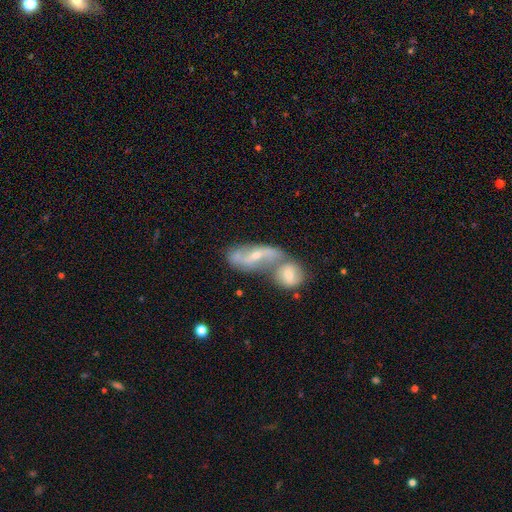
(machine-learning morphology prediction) Overall: featured or disk (59%; smooth 29%). Edge-on disk: no (83%). Merging: merger (63%).